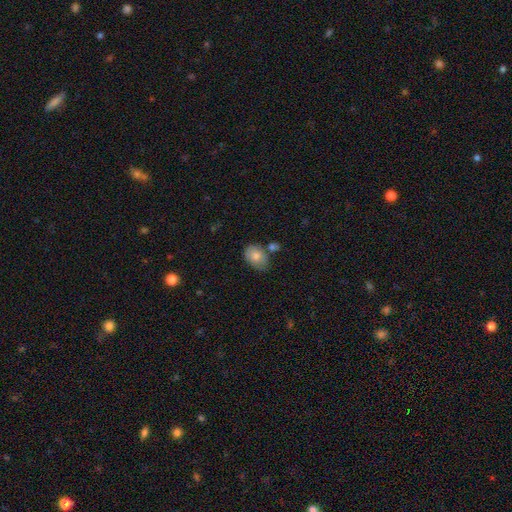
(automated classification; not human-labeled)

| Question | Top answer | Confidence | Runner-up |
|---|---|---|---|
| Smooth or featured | smooth | 78% | featured or disk (14%) |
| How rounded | in between | 74% | round (25%) |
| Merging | none | 54% | minor disturbance (26%) |